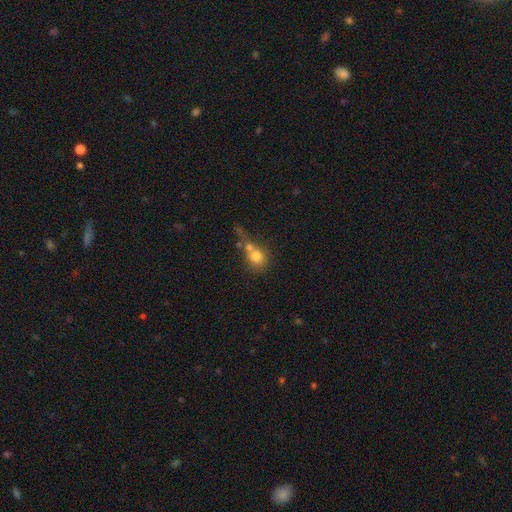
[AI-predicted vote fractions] smooth_or_featured: smooth (p=0.73) [alt: featured or disk p=0.16]
how_rounded: round (p=0.77) [alt: in between p=0.21]
merging: merger (p=0.50) [alt: none p=0.31]